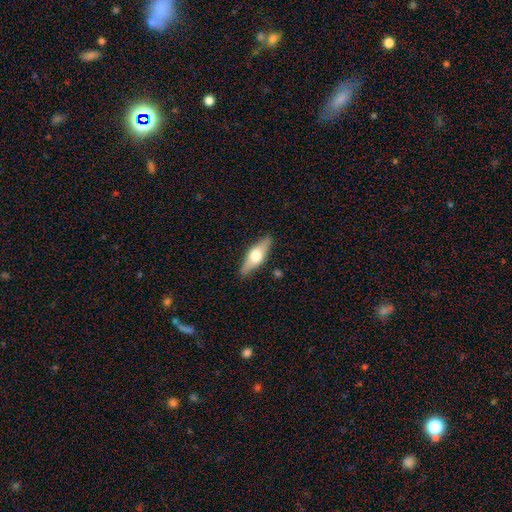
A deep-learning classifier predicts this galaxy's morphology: A featured or disk galaxy (48%).

Vote fractions:
- Smooth or featured? featured or disk: 48% / smooth: 47% / star or artifact: 6%
- Merging? none: 87% / minor disturbance: 10% / major disturbance: 2% / merger: 1%